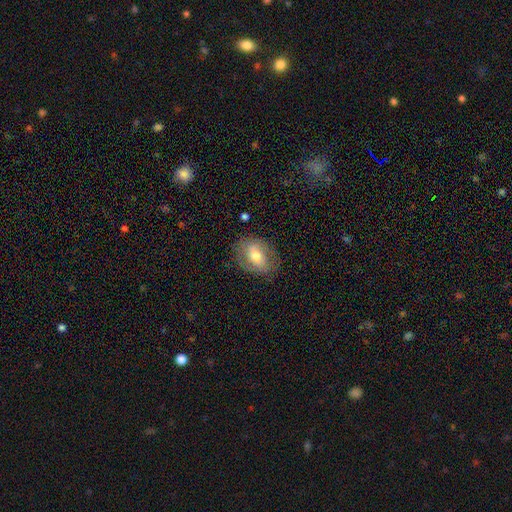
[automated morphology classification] This is possibly a smooth galaxy (52%). How rounded: likely in between (70%). Merging: likely none (76%).